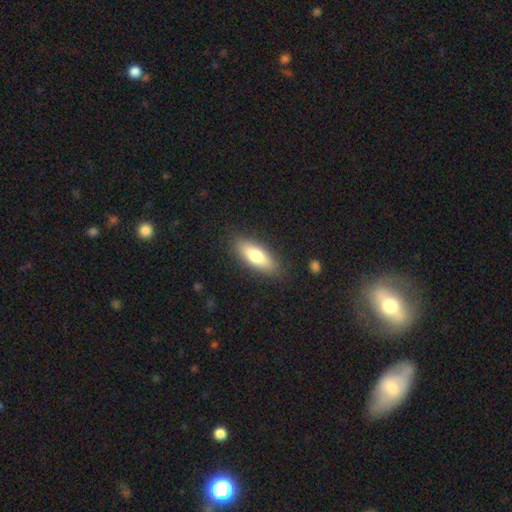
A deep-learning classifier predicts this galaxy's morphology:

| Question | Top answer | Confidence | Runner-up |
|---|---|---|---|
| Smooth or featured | smooth | 73% | featured or disk (21%) |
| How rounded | in between | 68% | cigar-shaped (30%) |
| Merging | none | 87% | minor disturbance (10%) |